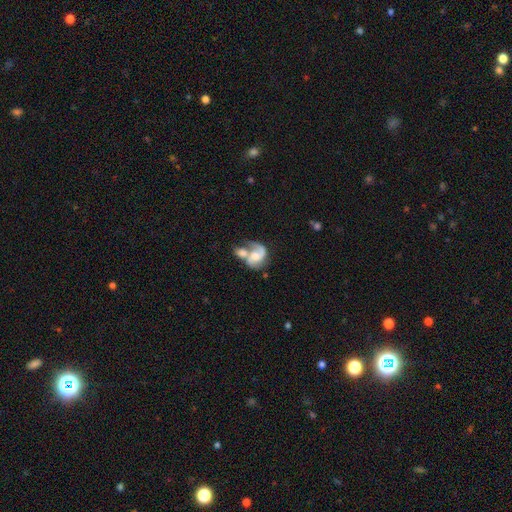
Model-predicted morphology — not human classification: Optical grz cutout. It shows a featured or disk galaxy (74%) with no bar (61%), 2 (71%) medium (47%) spiral arms (90%) and a moderate central bulge (46%). Merging: merger (63%).